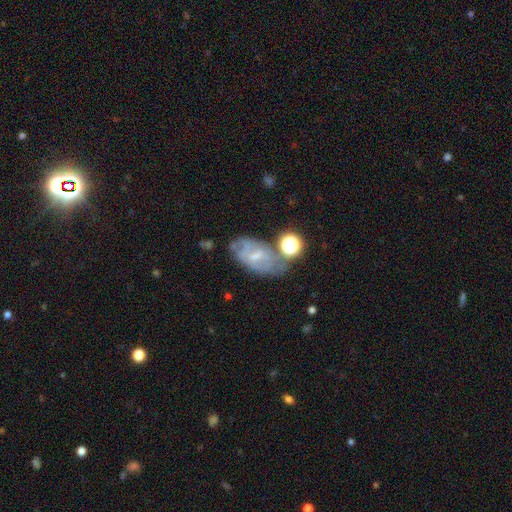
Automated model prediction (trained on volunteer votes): Morphology: type=featured or disk (61%); edge-on=no (94%); bar=weak (49%); spiral arms=yes (68%); bulge=small (53%); merging=none (51%).